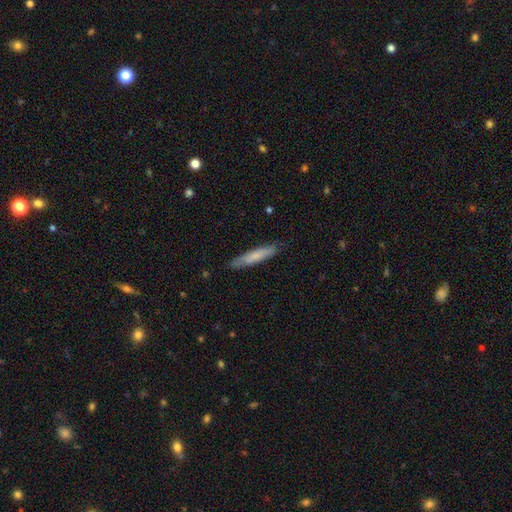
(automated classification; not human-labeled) This is likely a smooth galaxy (70%). How rounded: clearly cigar-shaped (90%). Merging: clearly none (83%).